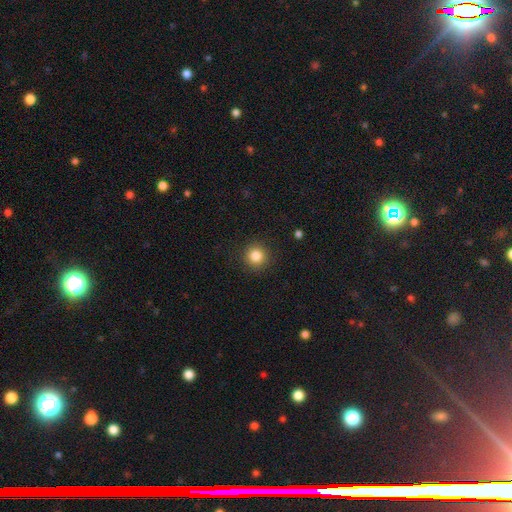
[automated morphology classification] smooth-or-featured: smooth: 84% | star or artifact: 11% | featured or disk: 5%
  how-rounded: round: 95% | in between: 4% | cigar-shaped: 1%
  merging: none: 91% | minor disturbance: 5% | major disturbance: 2% | merger: 1%